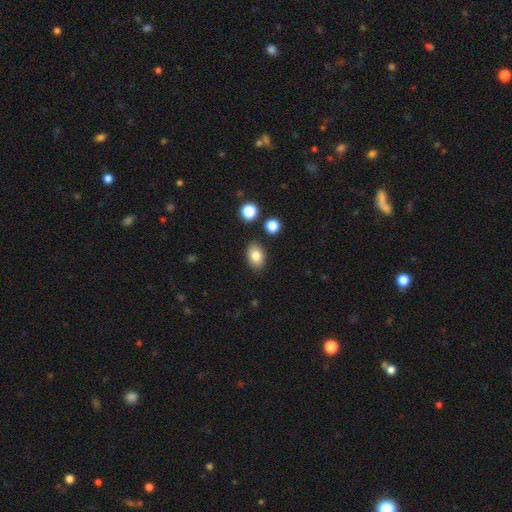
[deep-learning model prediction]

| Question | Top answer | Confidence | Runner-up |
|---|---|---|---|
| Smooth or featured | smooth | 82% | featured or disk (9%) |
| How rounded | in between | 83% | round (16%) |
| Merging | none | 85% | minor disturbance (9%) |